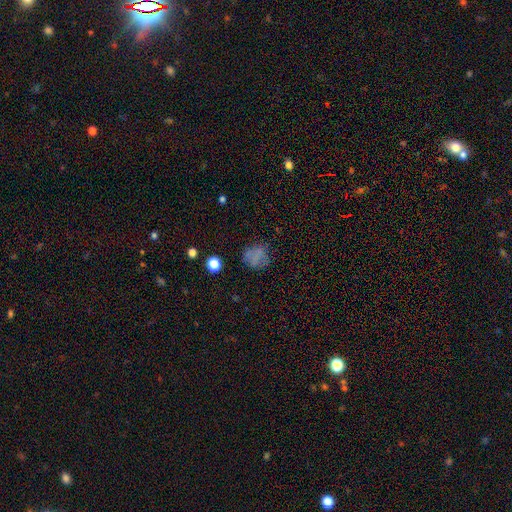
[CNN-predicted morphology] A smooth galaxy with no disk features (67%) that is round (79%). Merging: none (69%).